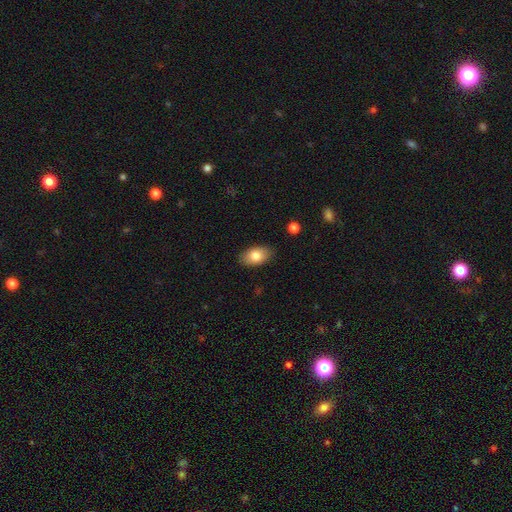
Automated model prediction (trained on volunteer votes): Smooth or featured? smooth (81%)
How rounded? in between (92%)
Merging? none (86%)